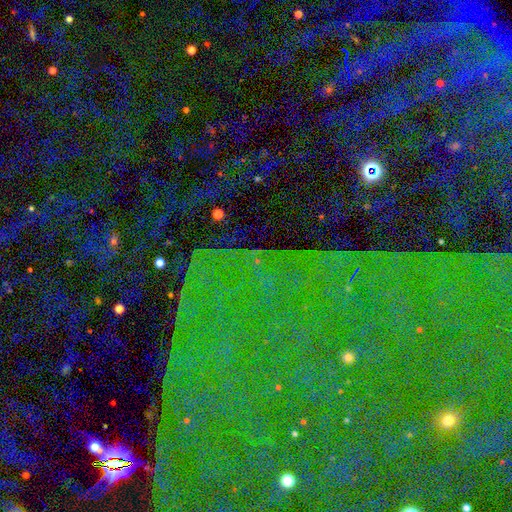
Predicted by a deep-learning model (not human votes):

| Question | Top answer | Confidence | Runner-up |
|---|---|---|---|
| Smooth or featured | star or artifact | 85% | featured or disk (7%) |